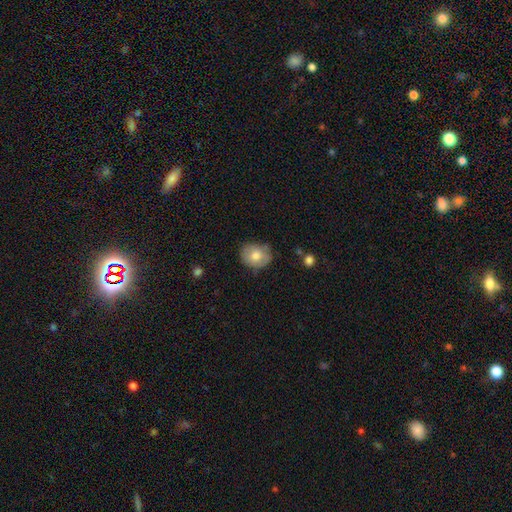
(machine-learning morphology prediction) smooth 74%, featured or disk 19%, star or artifact 7%. Down the decision tree: how rounded — round (60%); merging — none (72%).